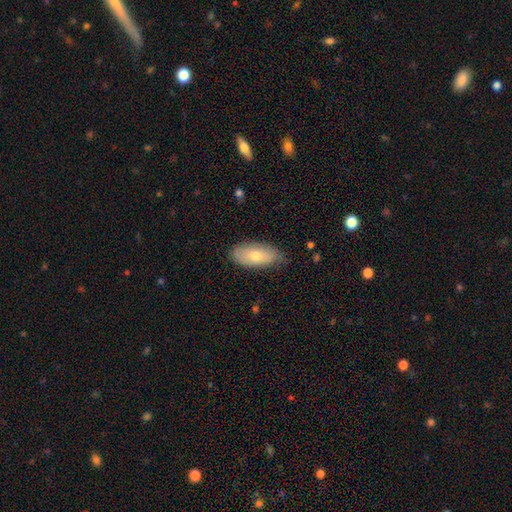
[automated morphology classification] A smooth galaxy with no disk features (68%) that is in between round and cigar-shaped (89%).

Vote fractions:
- Smooth or featured? smooth: 68% / featured or disk: 25% / star or artifact: 7%
- How rounded? in between: 89% / cigar-shaped: 8% / round: 3%
- Merging? none: 75% / minor disturbance: 21% / major disturbance: 3% / merger: 1%